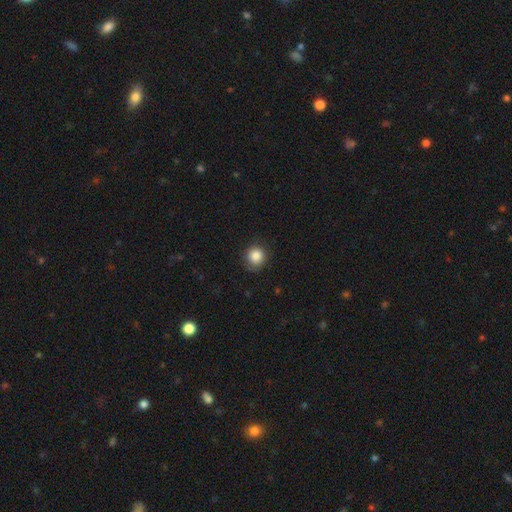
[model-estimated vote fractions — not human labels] Q: Smooth or featured?
A: smooth (85%); runner-up: star or artifact (9%)
Q: How rounded?
A: round (90%); runner-up: in between (9%)
Q: Merging?
A: none (79%); runner-up: minor disturbance (16%)